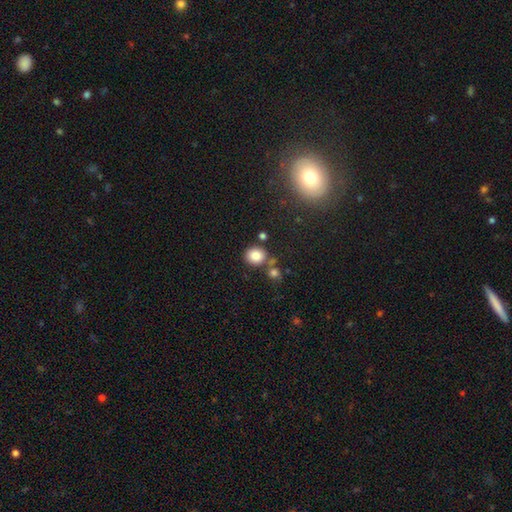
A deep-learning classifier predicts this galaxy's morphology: Smooth or featured? smooth (83%)
How rounded? round (77%)
Merging? none (72%)